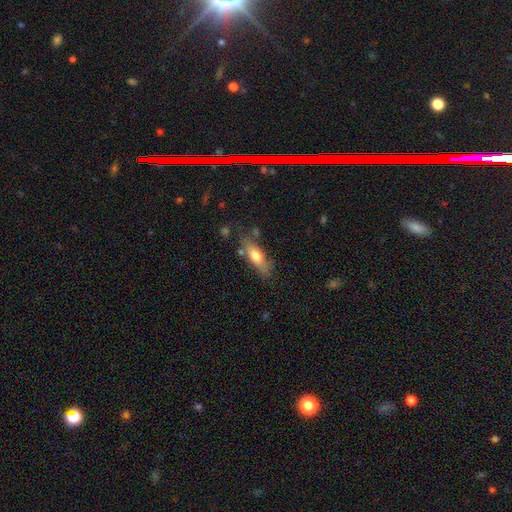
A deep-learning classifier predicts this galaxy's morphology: Q: Smooth or featured?
A: smooth (65%); runner-up: featured or disk (28%)
Q: How rounded?
A: in between (53%); runner-up: cigar-shaped (45%)
Q: Merging?
A: none (69%); runner-up: minor disturbance (20%)